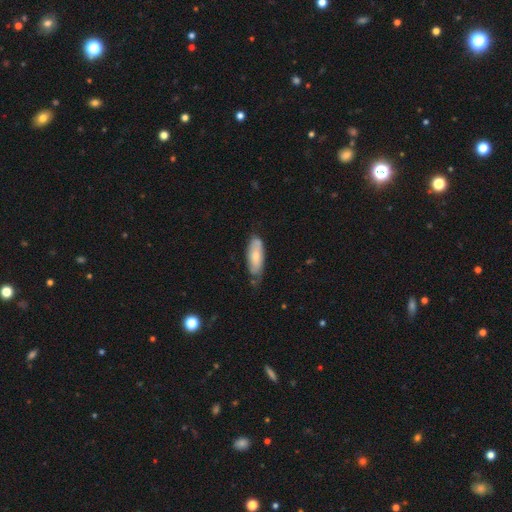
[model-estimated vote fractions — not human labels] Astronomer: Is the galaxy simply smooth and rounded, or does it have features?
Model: smooth — 62%.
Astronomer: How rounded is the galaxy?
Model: in between — 69%.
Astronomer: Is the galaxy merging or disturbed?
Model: none — 54% (runner-up: minor disturbance, 35%).